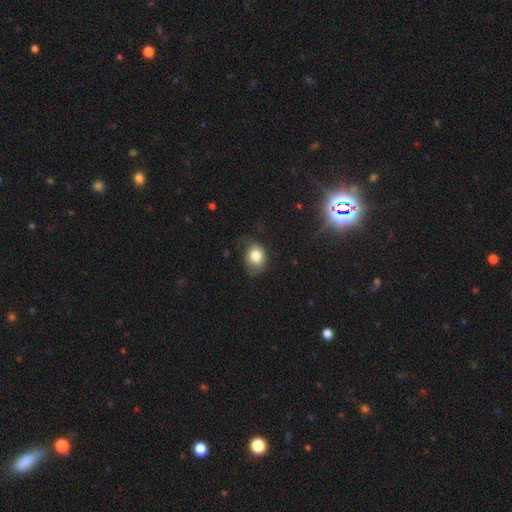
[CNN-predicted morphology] This is likely a smooth galaxy (79%). How rounded: possibly in between (54%). Merging: possibly none (52%).